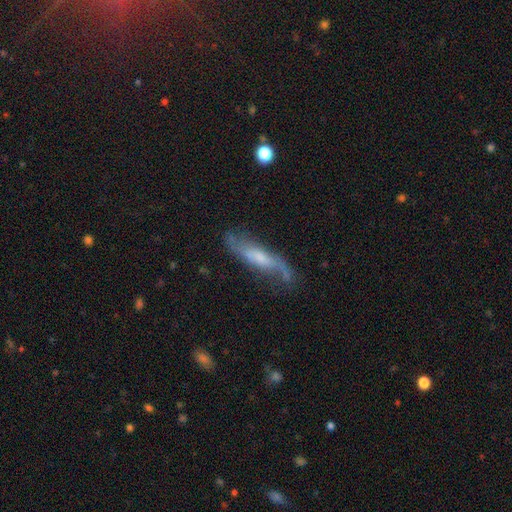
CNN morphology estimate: This appears to be a featured or disk galaxy (68%). Merging: none (69%).